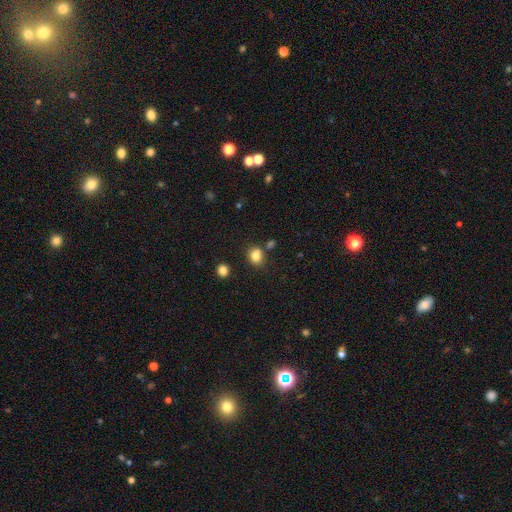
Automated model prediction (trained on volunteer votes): A smooth galaxy with no disk features (82%) that is round (68%). Merging: none (73%).